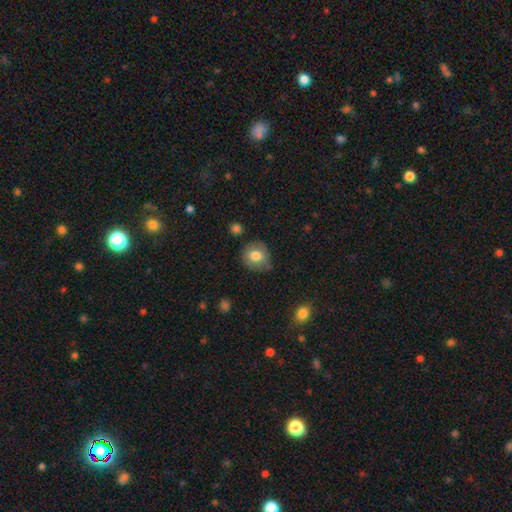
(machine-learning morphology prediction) This appears to be a smooth galaxy with no disk features (77%) that is round (84%). Merging: none (77%).